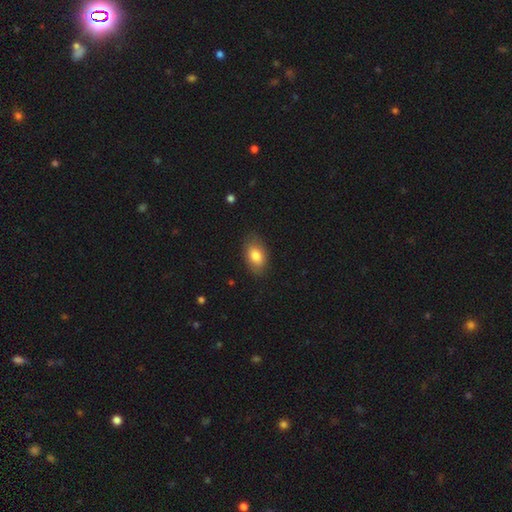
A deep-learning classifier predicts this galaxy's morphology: This is clearly a smooth galaxy (81%). How rounded: clearly in between (89%). Merging: clearly none (82%).